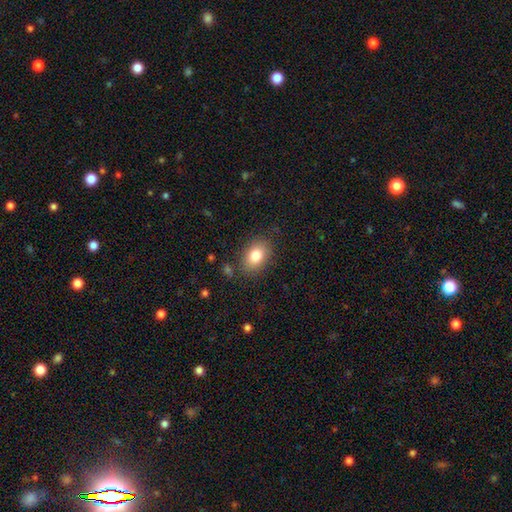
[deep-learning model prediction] Q: Smooth or featured?
A: smooth (82%); runner-up: featured or disk (9%)
Q: How rounded?
A: in between (78%); runner-up: round (21%)
Q: Merging?
A: none (82%); runner-up: minor disturbance (12%)